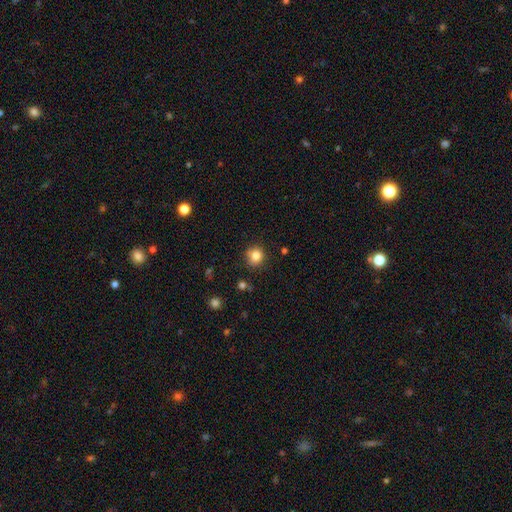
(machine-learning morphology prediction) Overall: smooth (83%). How rounded: round (86%). Merging: none (81%).